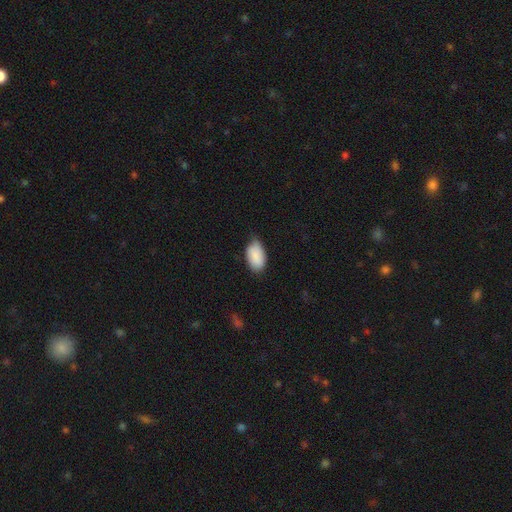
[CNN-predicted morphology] Smooth or featured: smooth — 89% (star or artifact — 6%)
How rounded: in between — 94% (round — 4%)
Merging: none — 63% (minor disturbance — 32%)